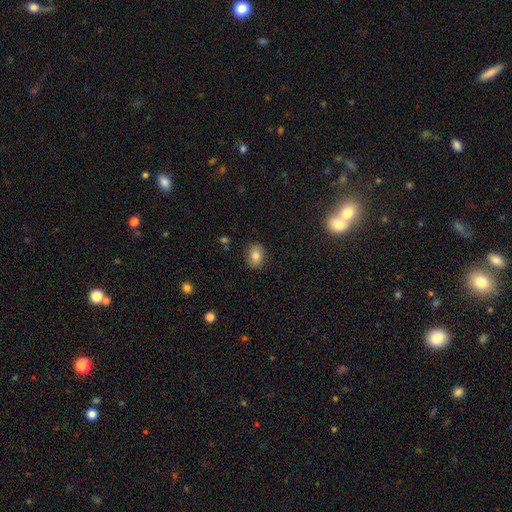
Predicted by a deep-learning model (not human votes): Smooth or featured? smooth (82%)
How rounded? in between (63%)
Merging? none (87%)